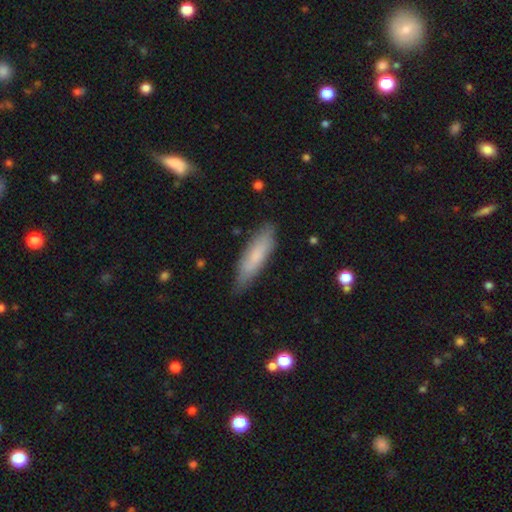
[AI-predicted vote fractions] Smooth or featured?
  - smooth: 74% *
  - featured or disk: 19%
  - star or artifact: 6%
How rounded?
  - cigar-shaped: 65% *
  - in between: 33%
  - round: 1%
Merging?
  - none: 78% *
  - minor disturbance: 18%
  - major disturbance: 3%
  - merger: 2%